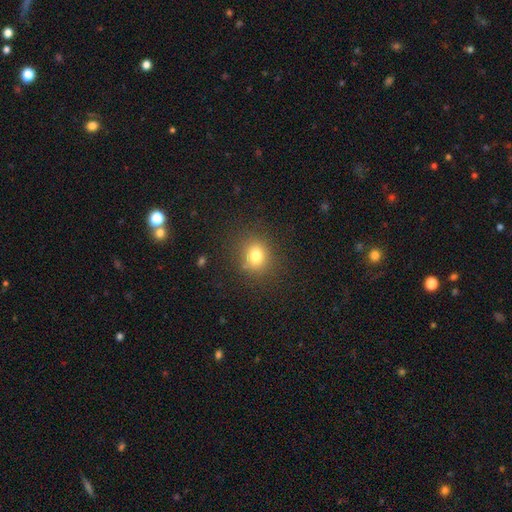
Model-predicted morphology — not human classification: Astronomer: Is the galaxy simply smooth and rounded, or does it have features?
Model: smooth — 77%.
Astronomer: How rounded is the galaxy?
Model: round — 72%.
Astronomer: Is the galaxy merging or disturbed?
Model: none — 83%.